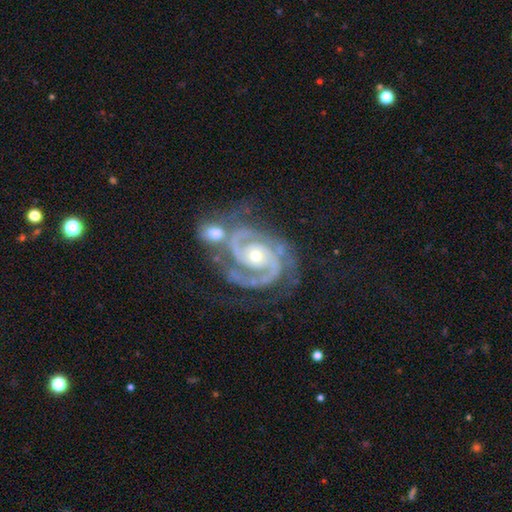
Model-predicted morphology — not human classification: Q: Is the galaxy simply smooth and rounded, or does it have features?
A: featured or disk — 93%.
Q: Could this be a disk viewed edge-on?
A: no — 98%.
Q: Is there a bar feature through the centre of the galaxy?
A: no — 63%.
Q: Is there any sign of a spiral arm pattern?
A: yes — 99%.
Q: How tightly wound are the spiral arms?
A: tight — 66%.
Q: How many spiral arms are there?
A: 2 — 74%.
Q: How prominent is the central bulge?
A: small — 54%.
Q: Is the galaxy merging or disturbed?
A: none — 44%.